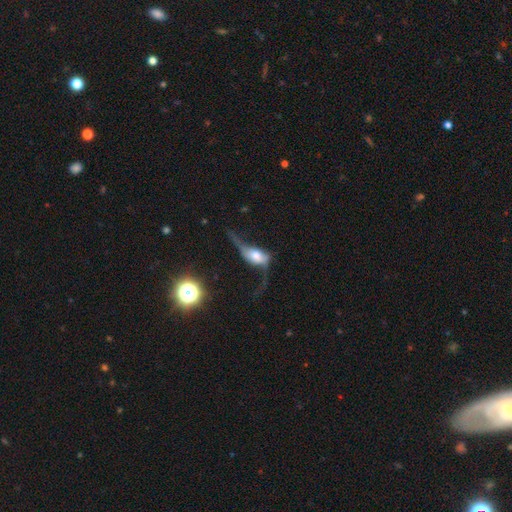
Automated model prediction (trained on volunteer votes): A featured or disk galaxy (64%) with no bar (63%), spiral arms (76%) and a moderate central bulge (43%).

Vote fractions:
- Smooth or featured? featured or disk: 64% / smooth: 27% / star or artifact: 9%
- Edge-on disk? no: 78% / yes: 22%
- Bar? no: 63% / weak: 24% / strong: 13%
- Spiral arms? yes: 76% / no: 24%
- Bulge size? moderate: 43% / large: 22% / small: 22% / dominant: 8% / none: 5%
- Merging? major disturbance: 47% / none: 28% / minor disturbance: 19% / merger: 7%